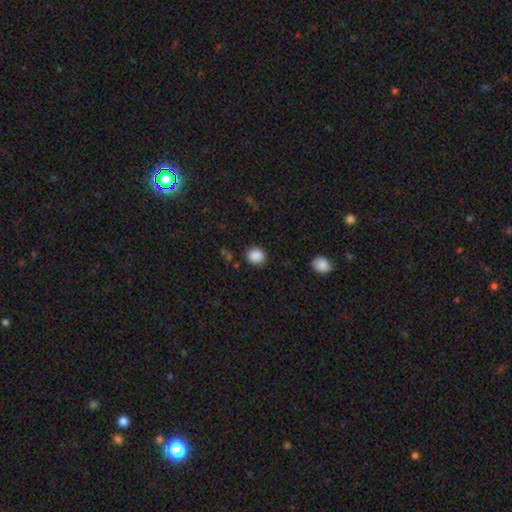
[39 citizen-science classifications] Smooth or featured: smooth — 90% (featured or disk — 5%)
How rounded: round — 94% (in between — 6%)
Merging: none — 89% (minor disturbance — 5%)